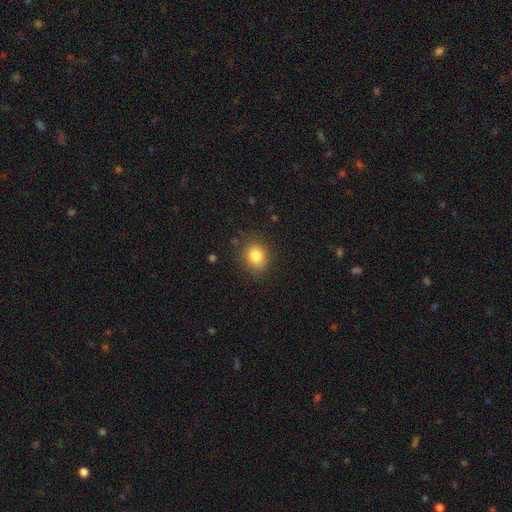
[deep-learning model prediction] Smooth or featured? Predicted: smooth (p=0.83). How rounded? Predicted: round (p=0.61). Merging? Predicted: none (p=0.80).